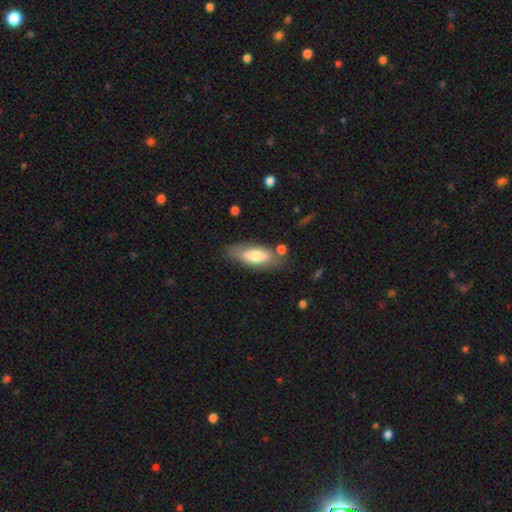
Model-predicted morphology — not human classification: This appears to be a smooth galaxy with no disk features (66%) that is in between round and cigar-shaped (73%). Merging: none (72%).